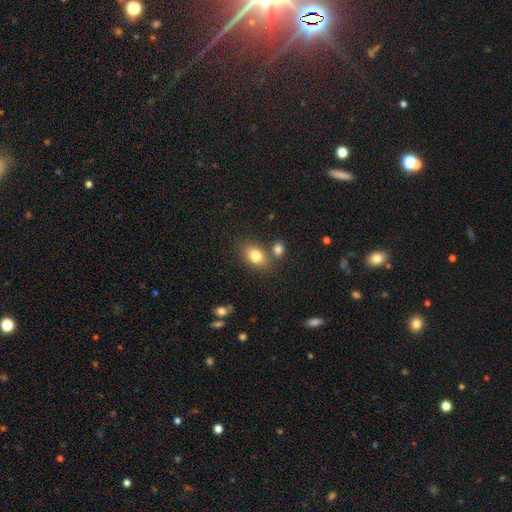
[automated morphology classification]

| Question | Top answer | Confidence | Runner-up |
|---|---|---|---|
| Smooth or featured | smooth | 81% | featured or disk (10%) |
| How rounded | in between | 79% | round (20%) |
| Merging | none | 66% | merger (18%) |